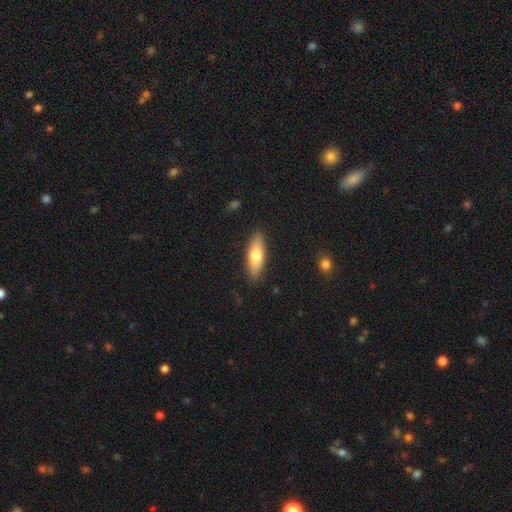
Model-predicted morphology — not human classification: smooth_or_featured: smooth (p=0.70) [alt: featured or disk p=0.24]
how_rounded: in between (p=0.56) [alt: cigar-shaped p=0.41]
merging: none (p=0.87) [alt: minor disturbance p=0.10]